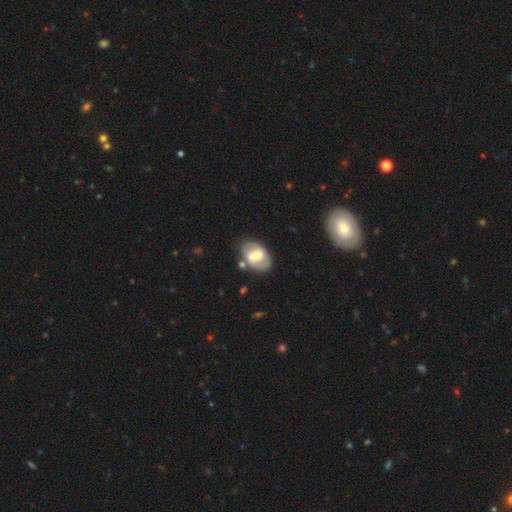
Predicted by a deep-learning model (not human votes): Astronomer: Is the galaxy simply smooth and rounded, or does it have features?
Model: featured or disk — 57% (runner-up: smooth, 36%).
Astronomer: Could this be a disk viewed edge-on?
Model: no — 95%.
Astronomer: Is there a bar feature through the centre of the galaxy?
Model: weak — 43% (runner-up: strong, 37%).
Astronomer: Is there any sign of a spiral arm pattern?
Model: yes — 64%.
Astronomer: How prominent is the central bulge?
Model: moderate — 54%.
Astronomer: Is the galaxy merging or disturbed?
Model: none — 70%.